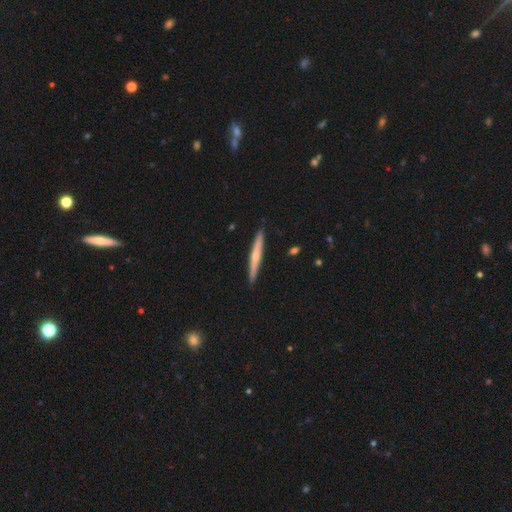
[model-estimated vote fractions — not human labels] Morphology: type=featured or disk (55%); edge-on=yes (97%); edge-on bulge=rounded (72%); merging=none (91%).